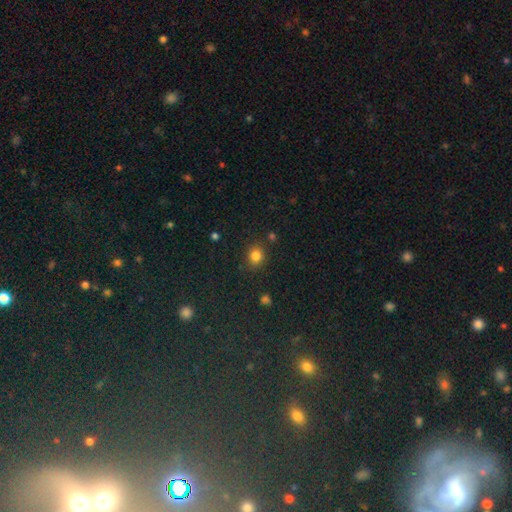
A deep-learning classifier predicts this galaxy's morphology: Smooth or featured? smooth (82%)
How rounded? round (75%)
Merging? none (84%)